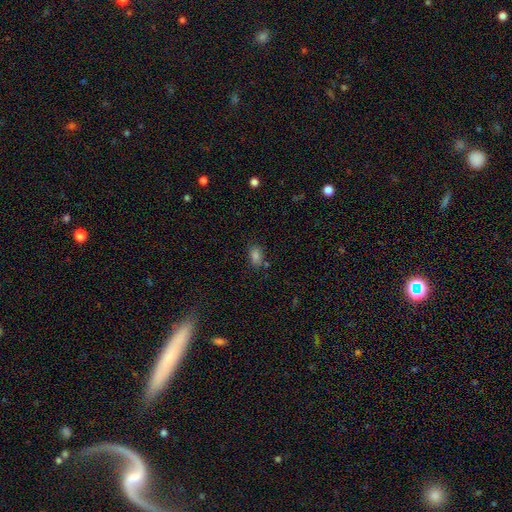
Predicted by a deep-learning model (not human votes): Smooth or featured?
  - smooth: 78% *
  - star or artifact: 15%
  - featured or disk: 7%
How rounded?
  - in between: 78% *
  - round: 20%
  - cigar-shaped: 2%
Merging?
  - none: 79% *
  - minor disturbance: 13%
  - merger: 5%
  - major disturbance: 3%